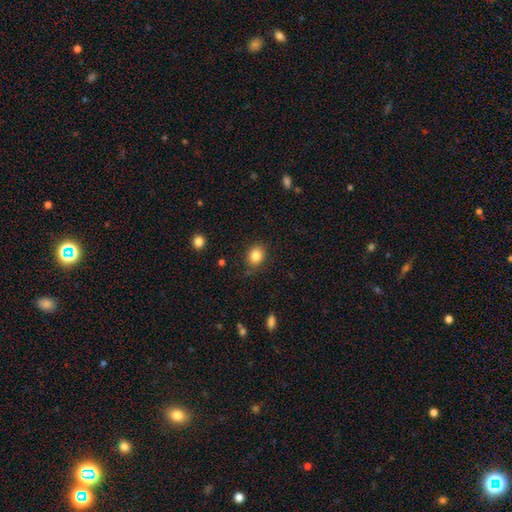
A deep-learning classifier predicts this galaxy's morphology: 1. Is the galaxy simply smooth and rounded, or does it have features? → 84% smooth, 10% star or artifact, 6% featured or disk.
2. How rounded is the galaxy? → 55% round, 44% in between, 1% cigar-shaped.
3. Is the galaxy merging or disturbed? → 80% none, 15% minor disturbance, 3% major disturbance, 2% merger.